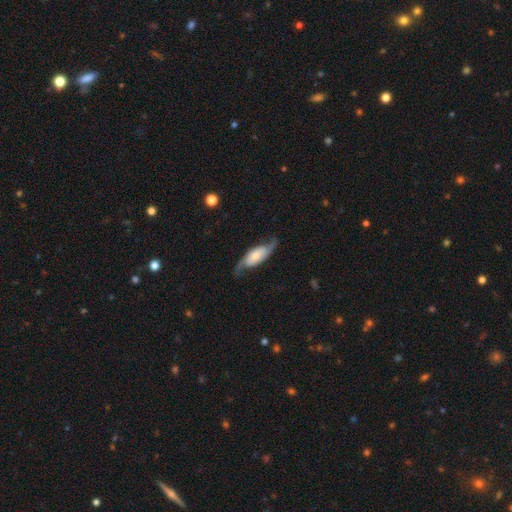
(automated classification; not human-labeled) The model was most divided on "bulge size": small: 31%, moderate: 26%, large: 20%, none: 16%, dominant: 7%. More confident: spiral arms — yes (94%); spiral arm count — 2 (92%); edge-on disk — no (86%); smooth or featured — featured or disk (75%); merging — none (73%); spiral winding — loose (60%); bar — no (57%).